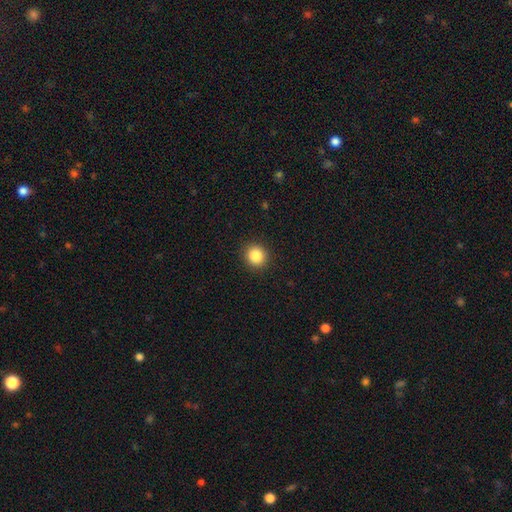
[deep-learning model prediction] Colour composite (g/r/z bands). It shows a smooth galaxy with no disk features (86%) that is round (90%). Merging: none (92%).